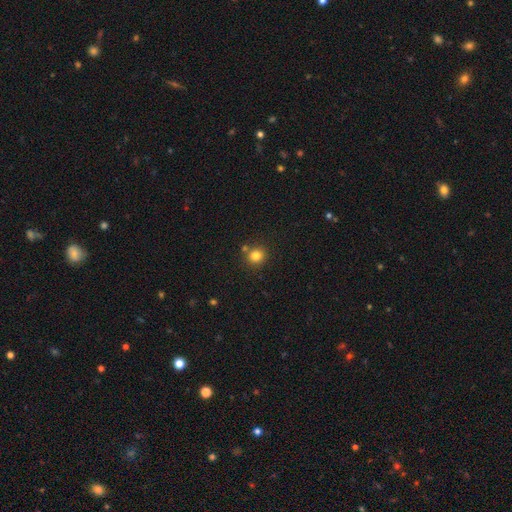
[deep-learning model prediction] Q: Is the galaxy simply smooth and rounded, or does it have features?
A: smooth — 81%.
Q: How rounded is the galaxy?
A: round — 90%.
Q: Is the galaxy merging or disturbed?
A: none — 78%.